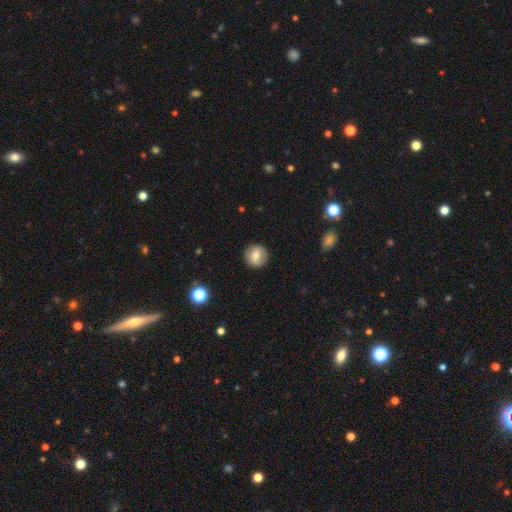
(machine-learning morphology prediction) Smooth or featured: smooth — 70% (featured or disk — 21%)
How rounded: round — 92% (in between — 7%)
Merging: none — 89% (minor disturbance — 7%)